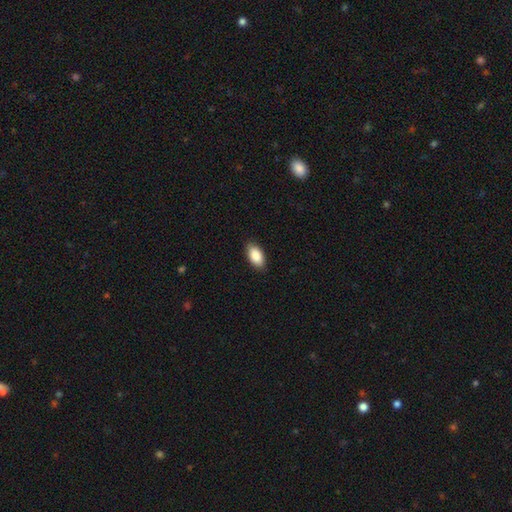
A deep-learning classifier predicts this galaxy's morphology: A smooth galaxy with no disk features (89%) that is in between round and cigar-shaped (94%). Merging: none (88%).